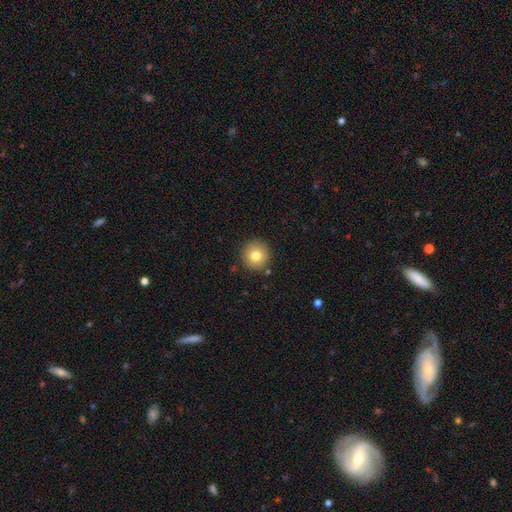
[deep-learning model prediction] This appears to be a smooth galaxy with no disk features (79%) that is round (95%). Merging: none (90%).